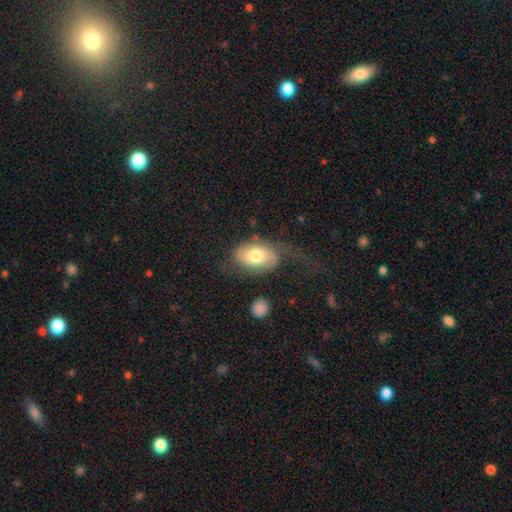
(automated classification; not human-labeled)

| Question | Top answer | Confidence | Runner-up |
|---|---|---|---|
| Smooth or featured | smooth | 58% | featured or disk (35%) |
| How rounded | in between | 88% | round (10%) |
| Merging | none | 41% | major disturbance (33%) |